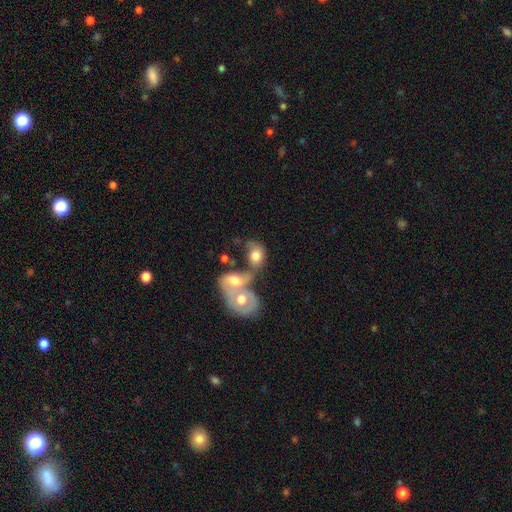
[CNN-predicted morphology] Smooth or featured? Predicted: smooth (p=0.57). How rounded? Predicted: in between (p=0.66). Merging? Predicted: merger (p=0.68).